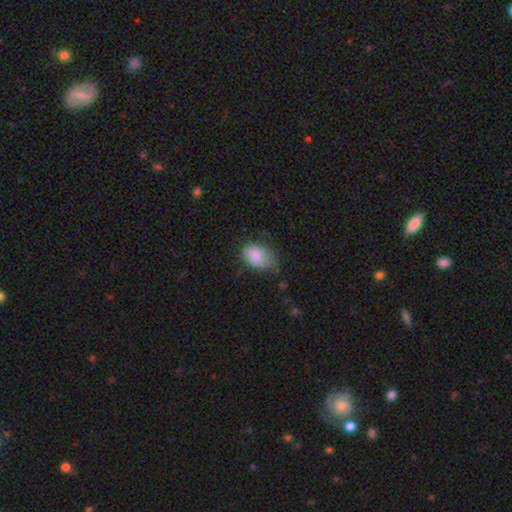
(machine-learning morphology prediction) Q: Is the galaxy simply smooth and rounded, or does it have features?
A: smooth — 84%.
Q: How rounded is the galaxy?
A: in between — 82%.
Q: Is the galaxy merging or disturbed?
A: none — 53%.